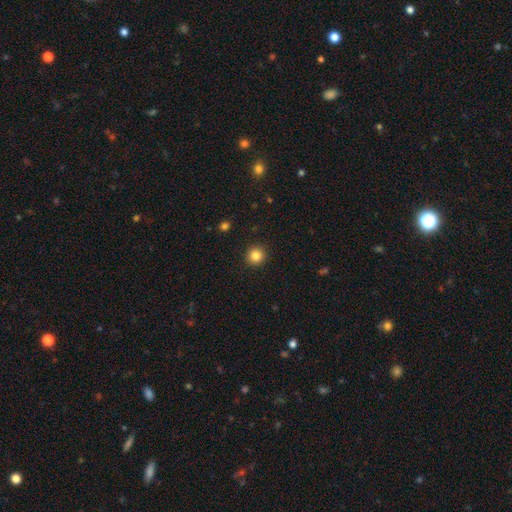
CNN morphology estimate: Smooth or featured? smooth (84%)
How rounded? round (95%)
Merging? none (93%)